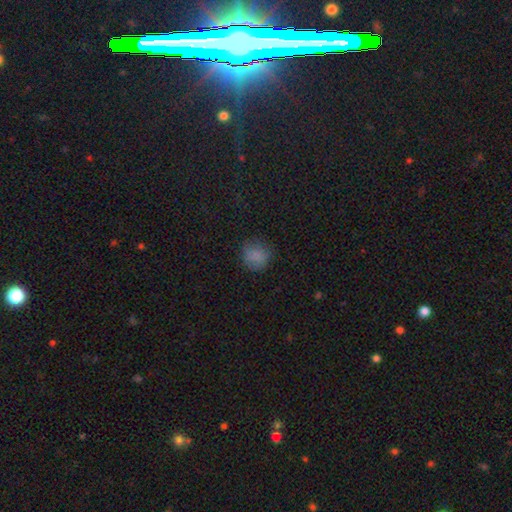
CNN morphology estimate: Smooth or featured? smooth (80%)
How rounded? round (86%)
Merging? none (77%)